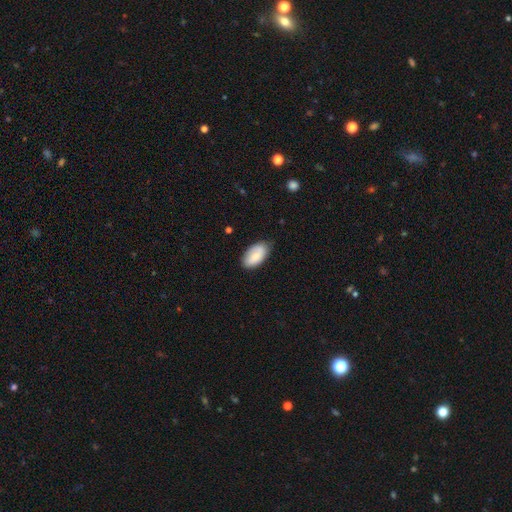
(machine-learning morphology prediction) type=smooth (79%); roundness=in between (95%); merging=none (73%).